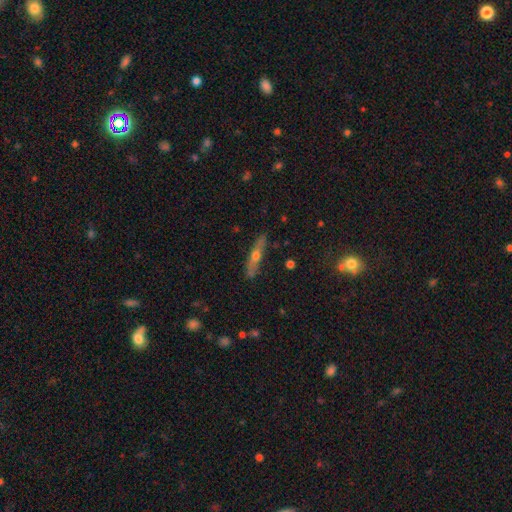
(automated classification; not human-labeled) Smooth or featured?
  - featured or disk: 60% *
  - smooth: 31%
  - star or artifact: 8%
Edge-on disk?
  - yes: 92% *
  - no: 8%
Edge-on bulge?
  - rounded: 89% *
  - none: 8%
  - boxy: 3%
Merging?
  - none: 83% *
  - minor disturbance: 12%
  - major disturbance: 3%
  - merger: 2%